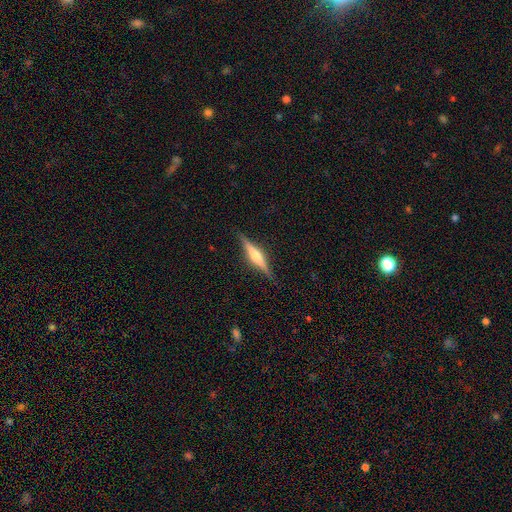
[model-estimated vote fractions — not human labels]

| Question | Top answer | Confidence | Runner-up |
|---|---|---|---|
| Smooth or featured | featured or disk | 71% | smooth (23%) |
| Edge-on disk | yes | 98% | no (2%) |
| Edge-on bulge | rounded | 75% | boxy (15%) |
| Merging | none | 89% | minor disturbance (8%) |